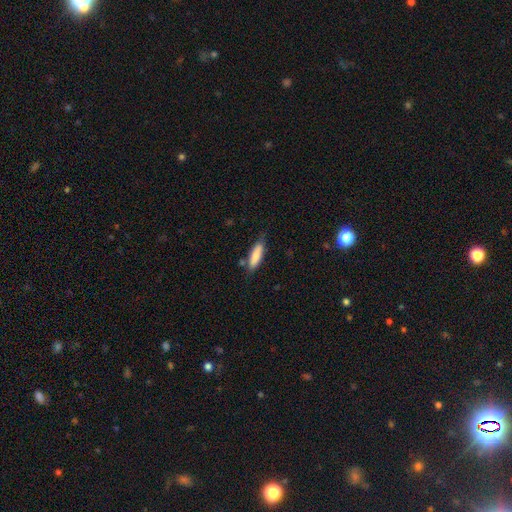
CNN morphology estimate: This appears to be a smooth galaxy with no disk features (83%) that is cigar-shaped (57%). Merging: none (71%).